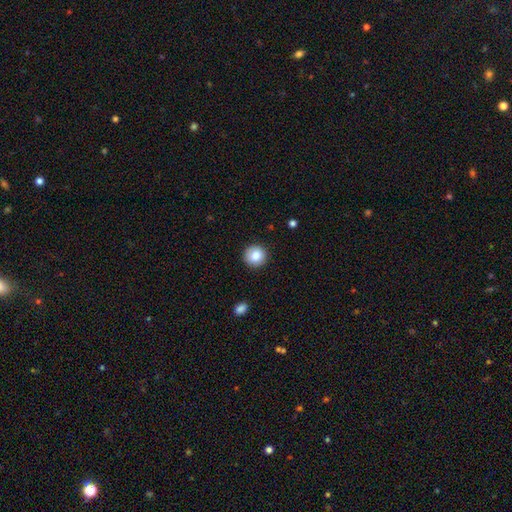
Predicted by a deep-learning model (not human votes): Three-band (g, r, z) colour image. It shows a smooth galaxy with no disk features (84%) that is round (94%). Merging: none (92%).